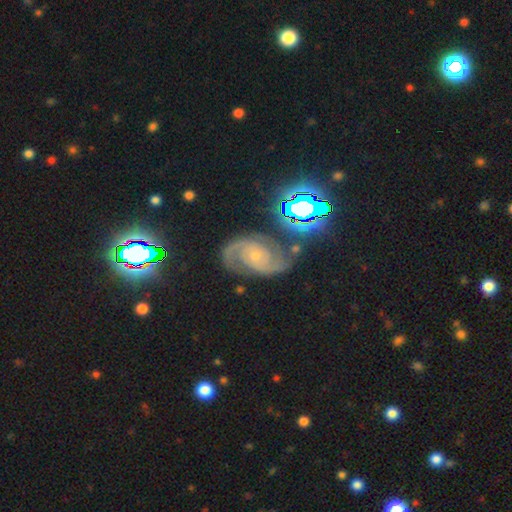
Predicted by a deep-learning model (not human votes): This appears to be a featured or disk galaxy (86%) with no bar (67%), 2 (90%) medium (50%) spiral arms (98%) and a small central bulge (71%). Merging: none (71%).